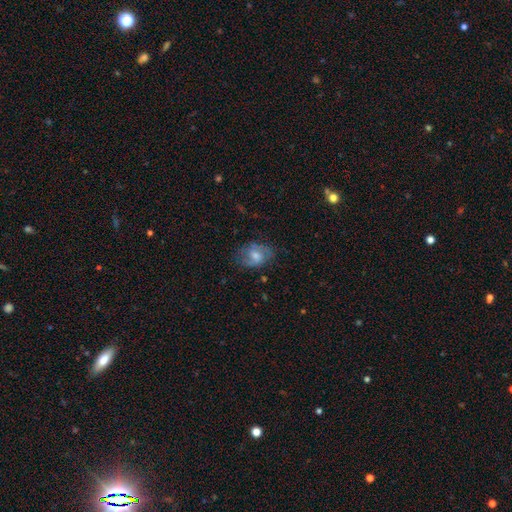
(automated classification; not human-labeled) Smooth or featured: smooth — 53% (featured or disk — 38%)
How rounded: in between — 67% (round — 32%)
Merging: none — 59% (minor disturbance — 25%)